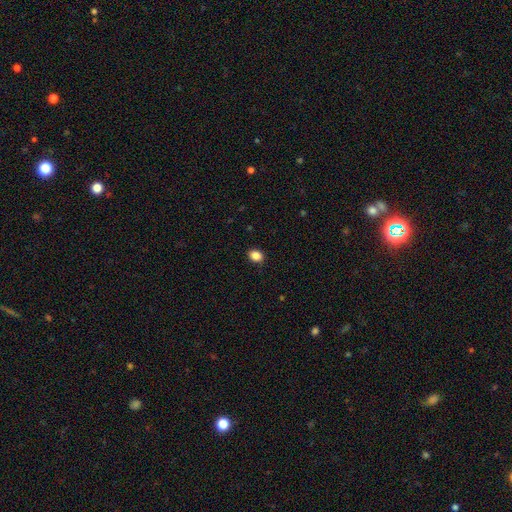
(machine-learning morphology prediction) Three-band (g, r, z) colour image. It shows a smooth galaxy with no disk features (87%) that is in between round and cigar-shaped (53%). Merging: none (88%).